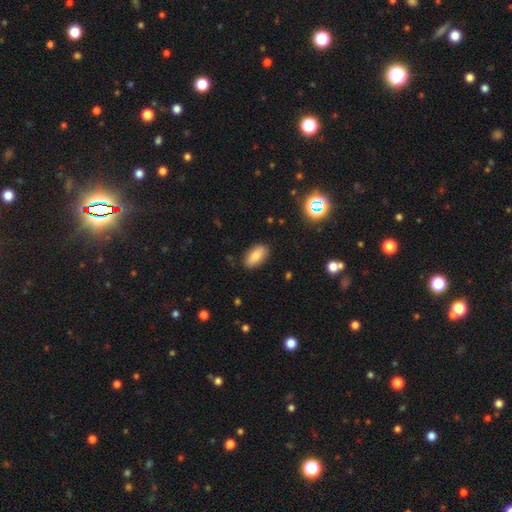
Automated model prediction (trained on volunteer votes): smooth 81%, featured or disk 11%, star or artifact 9%. Down the decision tree: how rounded — in between (90%); merging — none (87%).